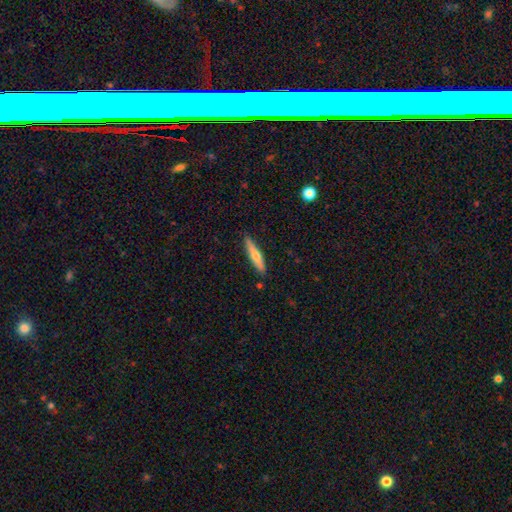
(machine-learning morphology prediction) smooth 55%, featured or disk 40%, star or artifact 6%. Down the decision tree: how rounded — cigar-shaped (87%); merging — none (89%).